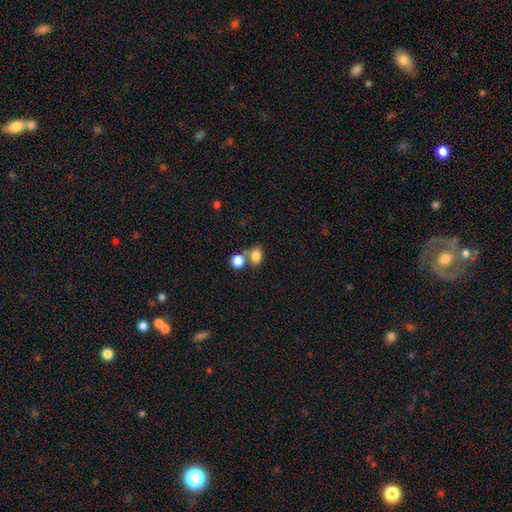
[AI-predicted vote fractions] This appears to be a smooth galaxy with no disk features (83%) that is in between round and cigar-shaped (62%). Merging: none (47%).